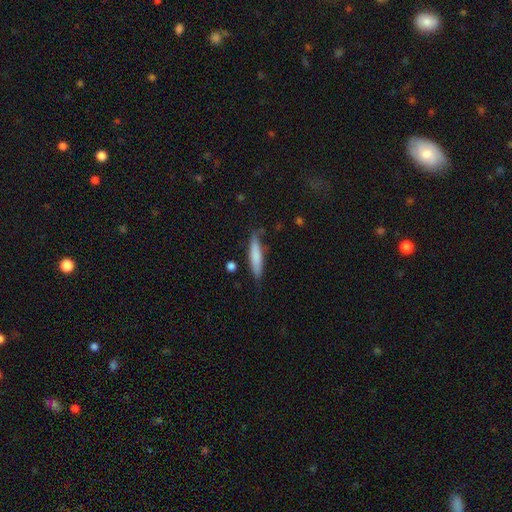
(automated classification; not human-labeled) A smooth galaxy with no disk features (76%) that is cigar-shaped (88%).

Vote fractions:
- Smooth or featured? smooth: 76% / featured or disk: 19% / star or artifact: 6%
- How rounded? cigar-shaped: 88% / in between: 11% / round: 1%
- Merging? none: 78% / minor disturbance: 17% / major disturbance: 3% / merger: 3%